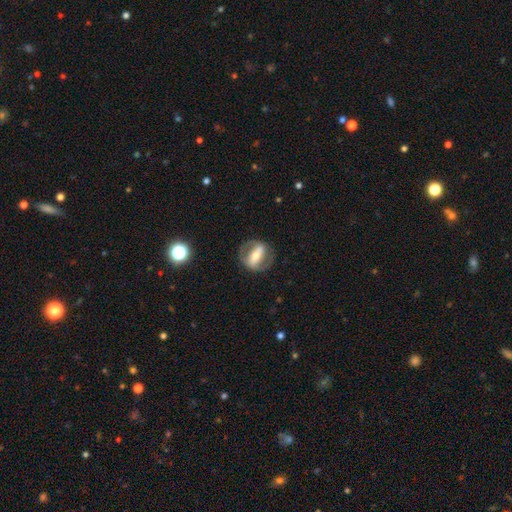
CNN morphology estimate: Smooth or featured? Predicted: featured or disk (p=0.68). Edge-on disk? Predicted: no (p=0.85). Bar? Predicted: strong (p=0.69). Spiral arms? Predicted: no (p=0.52). Bulge size? Predicted: moderate (p=0.55). Merging? Predicted: none (p=0.77).